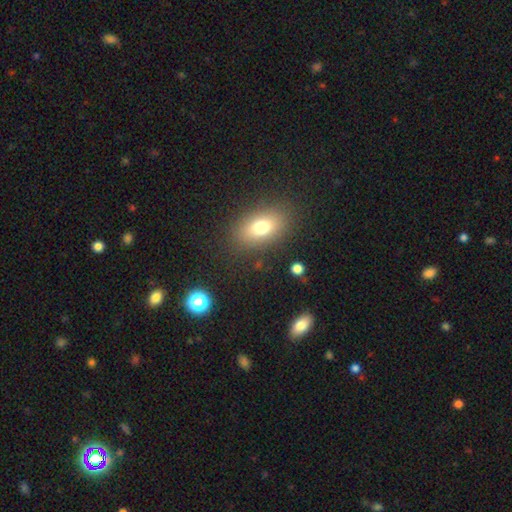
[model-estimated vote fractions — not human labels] Overall: smooth (71%). How rounded: in between (83%). Merging: none (87%).